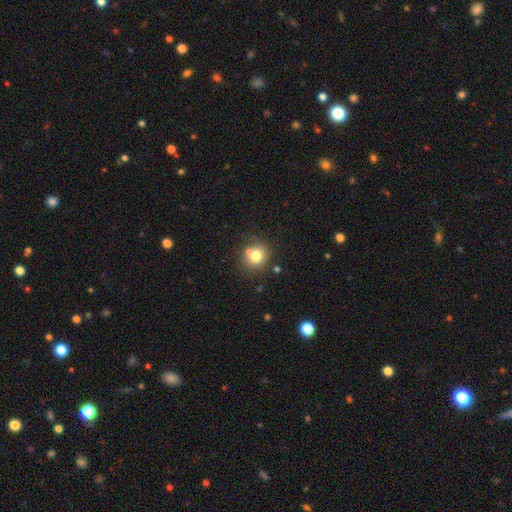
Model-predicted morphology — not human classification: Q: Smooth or featured?
A: smooth (75%); runner-up: star or artifact (12%)
Q: How rounded?
A: round (83%); runner-up: in between (16%)
Q: Merging?
A: none (67%); runner-up: merger (18%)